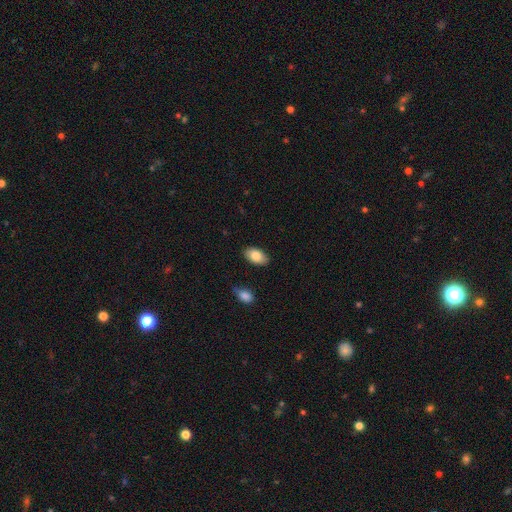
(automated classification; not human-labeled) Smooth or featured? Predicted: smooth (p=0.83). How rounded? Predicted: in between (p=0.93). Merging? Predicted: none (p=0.85).